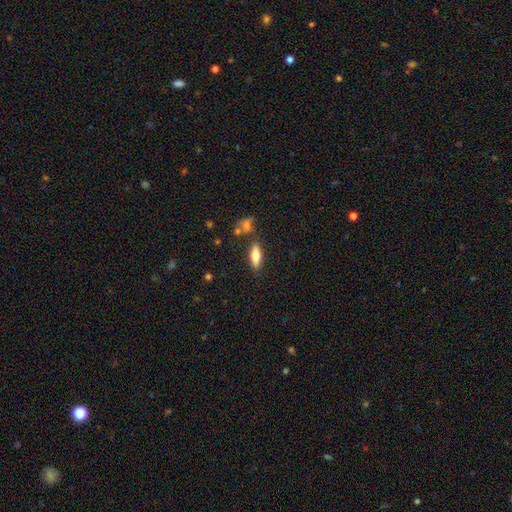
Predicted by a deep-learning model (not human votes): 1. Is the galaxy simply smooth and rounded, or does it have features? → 70% smooth, 23% featured or disk, 7% star or artifact.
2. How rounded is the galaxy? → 67% in between, 30% cigar-shaped, 2% round.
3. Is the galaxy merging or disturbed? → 77% none, 12% minor disturbance, 7% merger, 3% major disturbance.